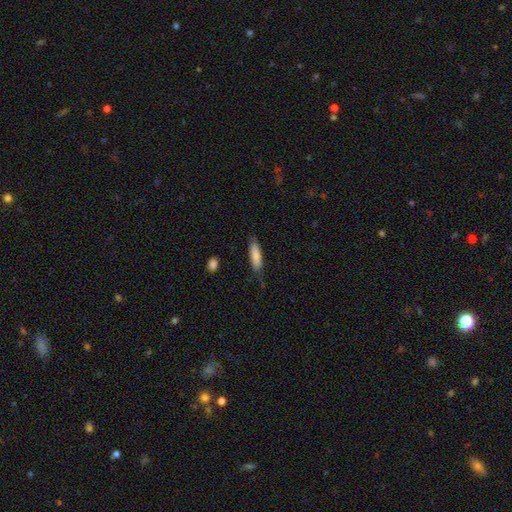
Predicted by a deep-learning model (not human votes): This appears to be a smooth galaxy with no disk features (83%) that is cigar-shaped (59%). Merging: none (79%).